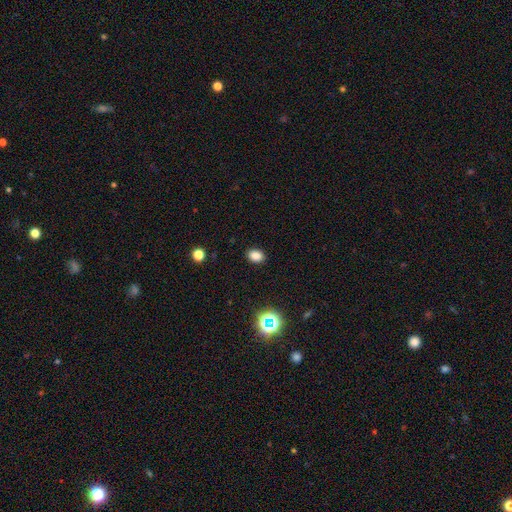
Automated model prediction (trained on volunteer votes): This appears to be a smooth galaxy with no disk features (83%) that is in between round and cigar-shaped (72%). Merging: none (89%).